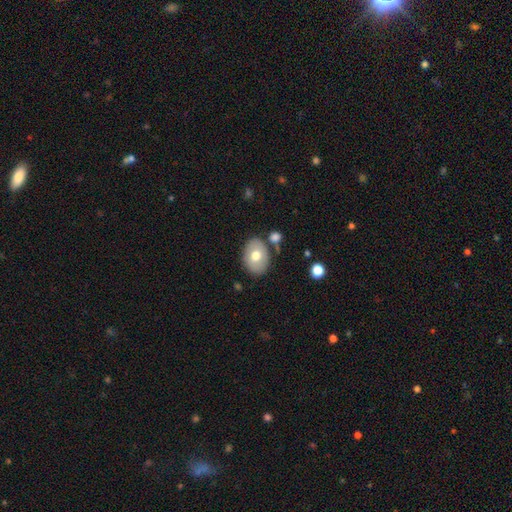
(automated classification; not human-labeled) smooth_or_featured: smooth (p=0.68) [alt: featured or disk p=0.25]
how_rounded: in between (p=0.74) [alt: round p=0.25]
merging: none (p=0.74) [alt: minor disturbance p=0.14]